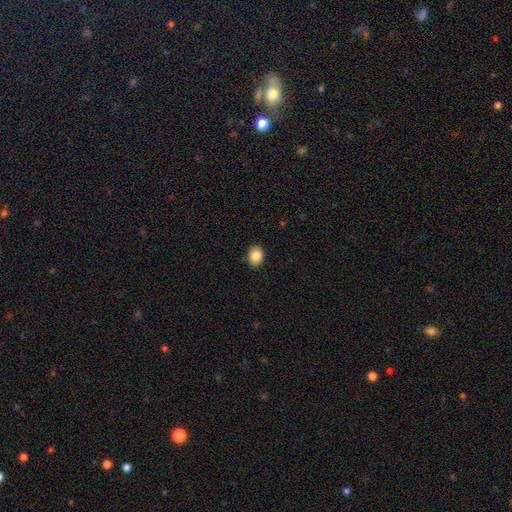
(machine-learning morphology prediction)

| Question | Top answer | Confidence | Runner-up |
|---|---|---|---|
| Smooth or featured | smooth | 87% | star or artifact (8%) |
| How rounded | in between | 53% | round (46%) |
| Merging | none | 88% | minor disturbance (9%) |